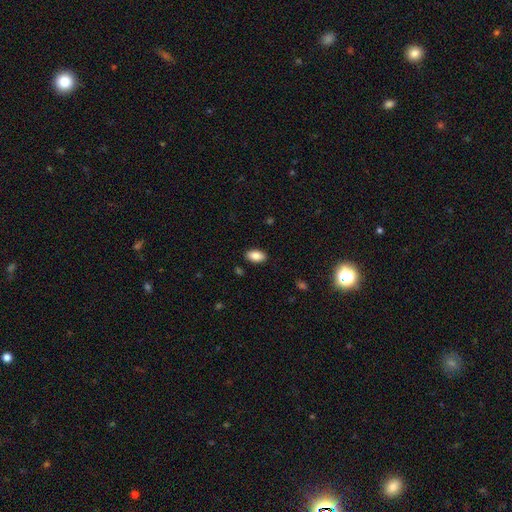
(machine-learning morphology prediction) type=smooth (85%); roundness=in between (94%); merging=none (88%).